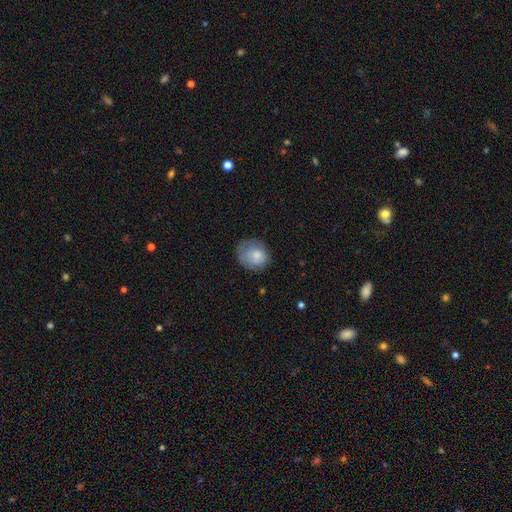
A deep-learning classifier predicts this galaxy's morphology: Smooth or featured?
  - smooth: 76% *
  - featured or disk: 17%
  - star or artifact: 7%
How rounded?
  - round: 65% *
  - in between: 34%
  - cigar-shaped: 1%
Merging?
  - none: 59% *
  - minor disturbance: 28%
  - major disturbance: 11%
  - merger: 1%